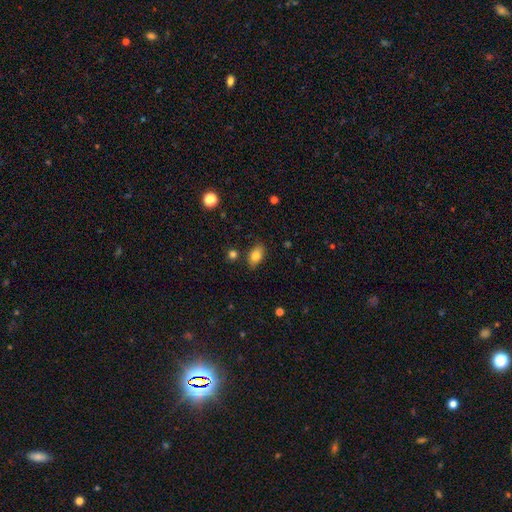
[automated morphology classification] Smooth or featured?
  - smooth: 78% *
  - featured or disk: 12%
  - star or artifact: 9%
How rounded?
  - in between: 86% *
  - round: 10%
  - cigar-shaped: 4%
Merging?
  - none: 83% *
  - minor disturbance: 12%
  - merger: 3%
  - major disturbance: 2%